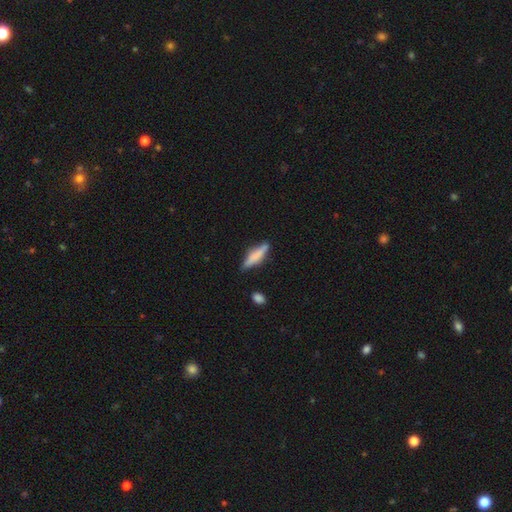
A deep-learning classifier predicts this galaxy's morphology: Smooth or featured: smooth — 67% (featured or disk — 26%)
How rounded: cigar-shaped — 73% (in between — 26%)
Merging: none — 73% (minor disturbance — 19%)